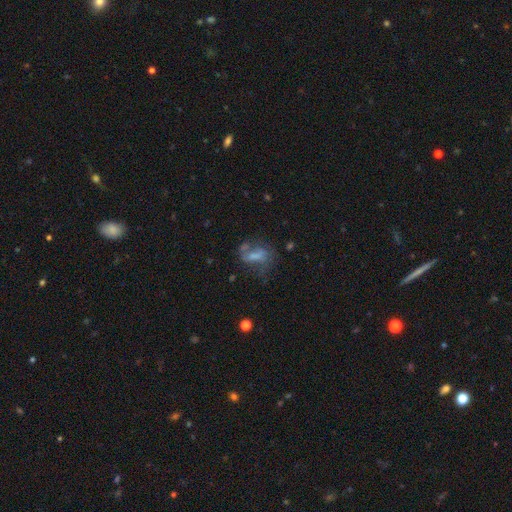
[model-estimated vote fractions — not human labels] This appears to be a smooth galaxy with no disk features (48%). Merging: none (36%).